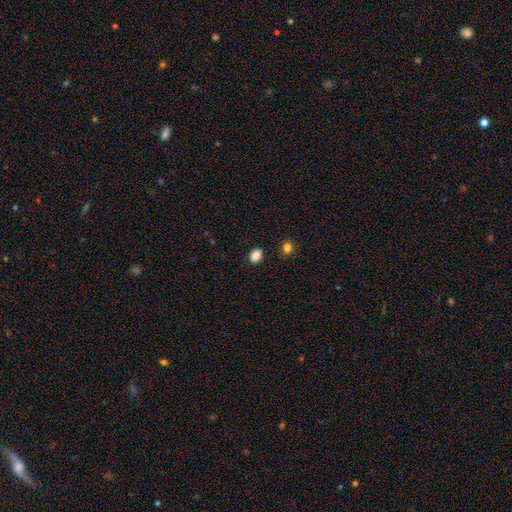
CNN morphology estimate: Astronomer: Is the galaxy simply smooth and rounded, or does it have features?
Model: smooth — 87%.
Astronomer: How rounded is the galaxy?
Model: in between — 72%.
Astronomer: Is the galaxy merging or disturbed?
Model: none — 87%.